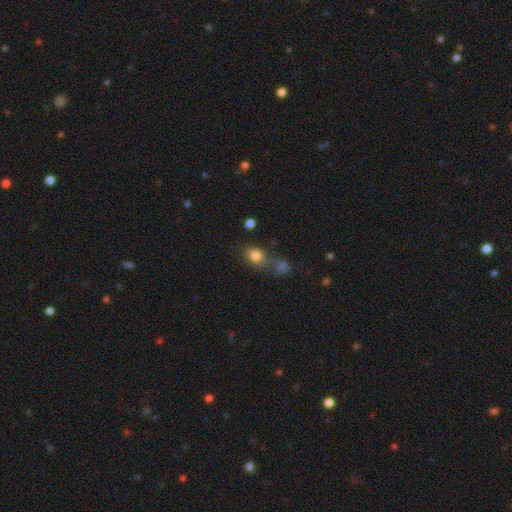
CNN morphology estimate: smooth 80%, star or artifact 12%, featured or disk 8%. Down the decision tree: how rounded — round (55%); merging — none (46%).